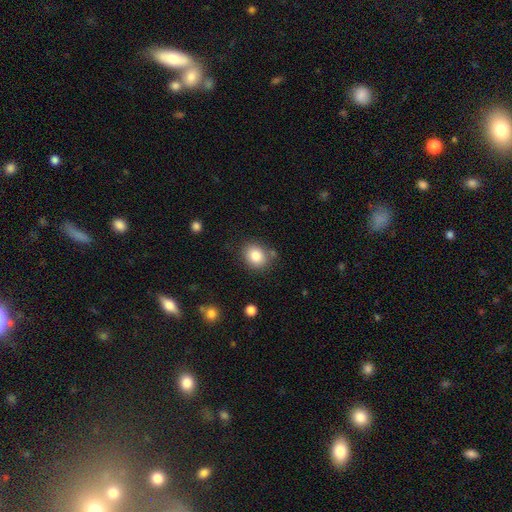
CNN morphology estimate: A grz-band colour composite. It shows a smooth galaxy with no disk features (84%) that is round (63%). Merging: none (78%).